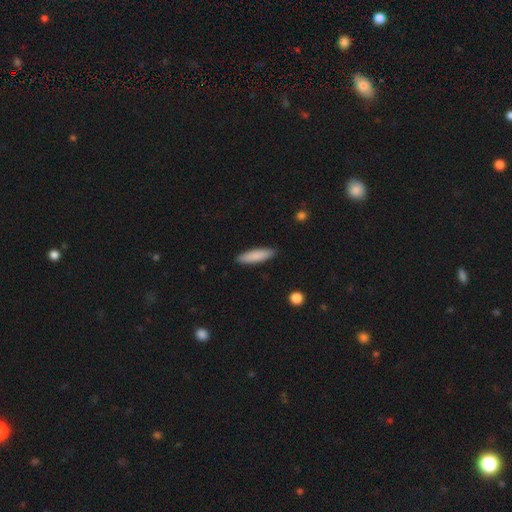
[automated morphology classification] smooth-or-featured: smooth: 86% | featured or disk: 8% | star or artifact: 6%
  how-rounded: cigar-shaped: 69% | in between: 30% | round: 1%
  merging: none: 89% | minor disturbance: 8% | major disturbance: 2% | merger: 1%